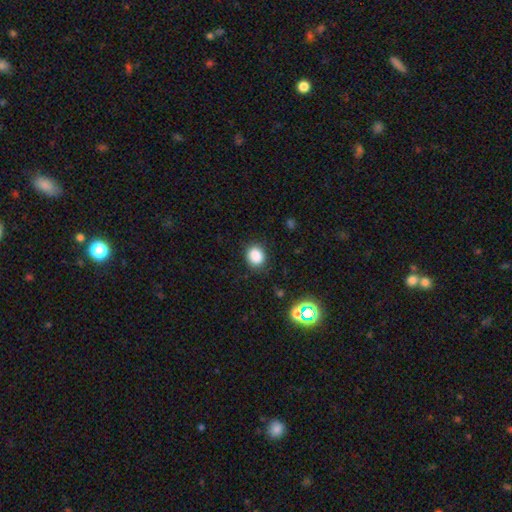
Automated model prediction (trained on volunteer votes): Q: Smooth or featured?
A: smooth (85%); runner-up: star or artifact (11%)
Q: How rounded?
A: round (67%); runner-up: in between (32%)
Q: Merging?
A: none (85%); runner-up: minor disturbance (11%)